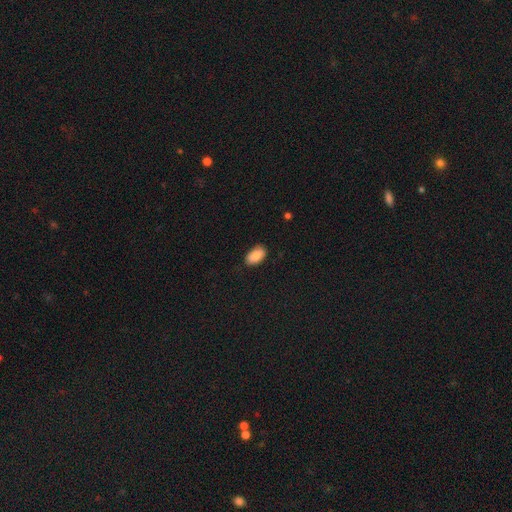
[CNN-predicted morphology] The model was most divided on "merging": none: 83%, minor disturbance: 14%, major disturbance: 2%, merger: 1%. More confident: how rounded — in between (94%); smooth or featured — smooth (88%).